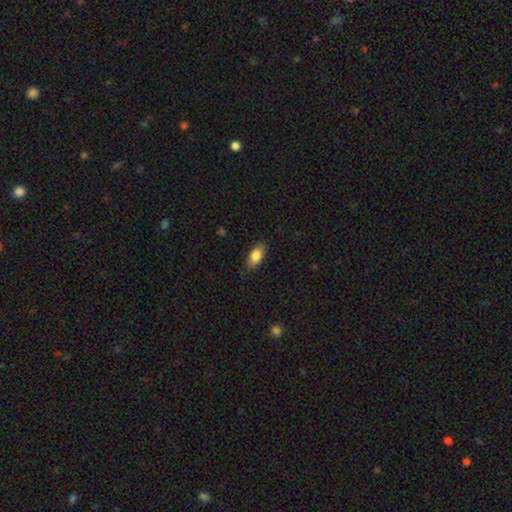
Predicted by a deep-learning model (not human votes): Q: Smooth or featured?
A: smooth (84%); runner-up: featured or disk (9%)
Q: How rounded?
A: in between (90%); runner-up: cigar-shaped (6%)
Q: Merging?
A: none (83%); runner-up: minor disturbance (13%)